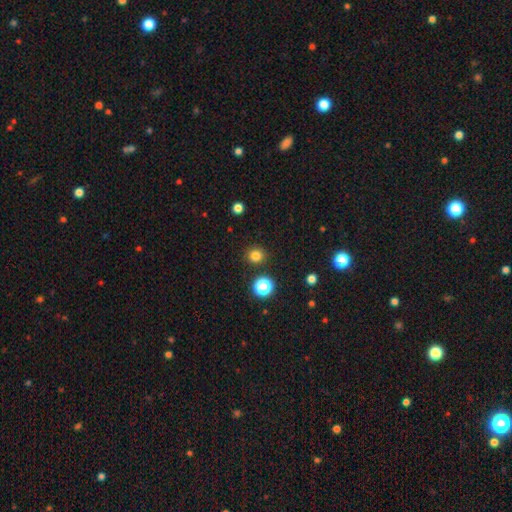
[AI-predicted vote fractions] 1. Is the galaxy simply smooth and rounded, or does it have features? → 81% smooth, 15% star or artifact, 4% featured or disk.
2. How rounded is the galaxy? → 88% round, 11% in between, 1% cigar-shaped.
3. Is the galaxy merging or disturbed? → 89% none, 6% minor disturbance, 2% major disturbance, 2% merger.